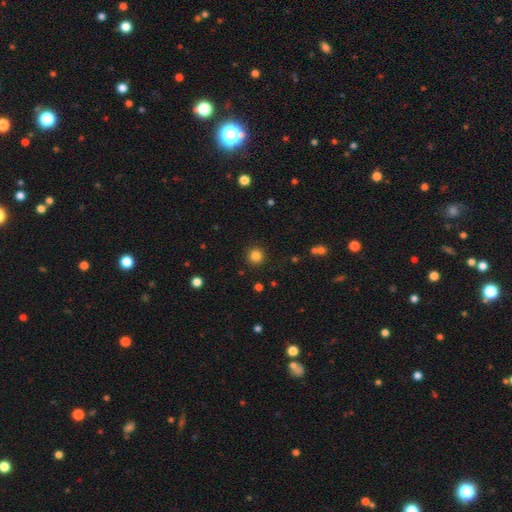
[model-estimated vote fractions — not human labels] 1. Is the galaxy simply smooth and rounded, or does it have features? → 83% smooth, 12% star or artifact, 4% featured or disk.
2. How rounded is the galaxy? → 94% round, 5% in between, 1% cigar-shaped.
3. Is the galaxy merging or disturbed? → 91% none, 5% minor disturbance, 2% major disturbance, 1% merger.